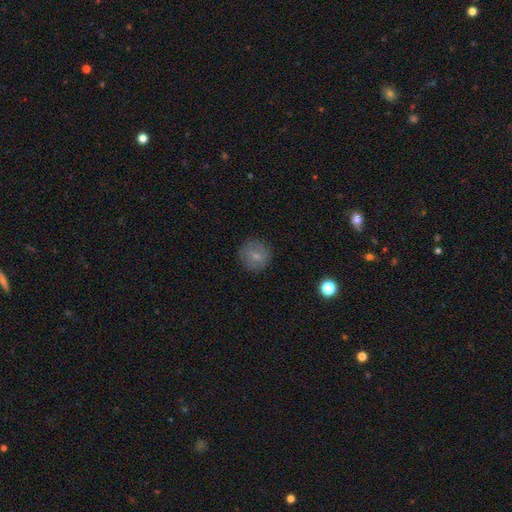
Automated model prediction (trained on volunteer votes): Q: Smooth or featured?
A: smooth (71%); runner-up: featured or disk (20%)
Q: How rounded?
A: round (92%); runner-up: in between (7%)
Q: Merging?
A: none (86%); runner-up: minor disturbance (10%)